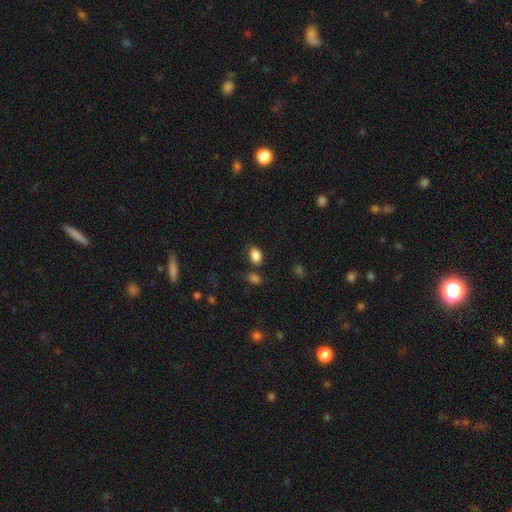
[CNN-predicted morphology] A smooth galaxy with no disk features (86%) that is in between round and cigar-shaped (76%).

Vote fractions:
- Smooth or featured? smooth: 86% / star or artifact: 10% / featured or disk: 4%
- How rounded? in between: 76% / round: 23% / cigar-shaped: 1%
- Merging? none: 71% / minor disturbance: 16% / merger: 8% / major disturbance: 4%